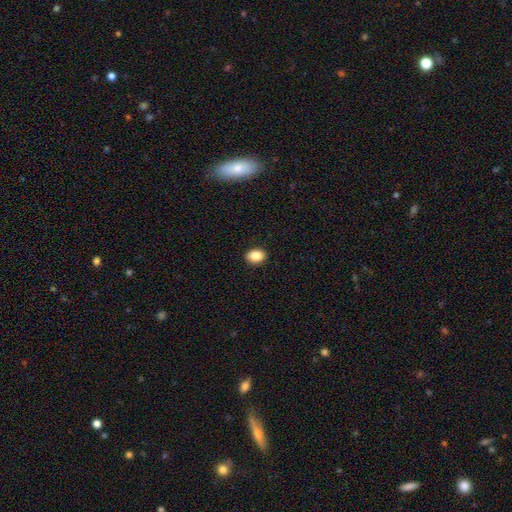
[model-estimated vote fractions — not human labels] This is clearly a smooth galaxy (85%). How rounded: likely in between (65%). Merging: clearly none (91%).